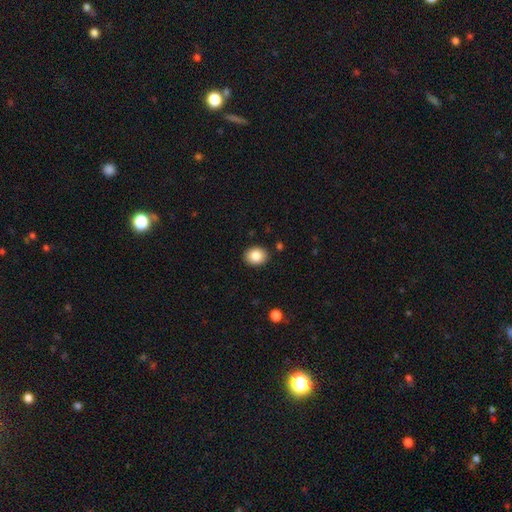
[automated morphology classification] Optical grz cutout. It shows a smooth galaxy with no disk features (85%) that is round (52%). Merging: none (89%).